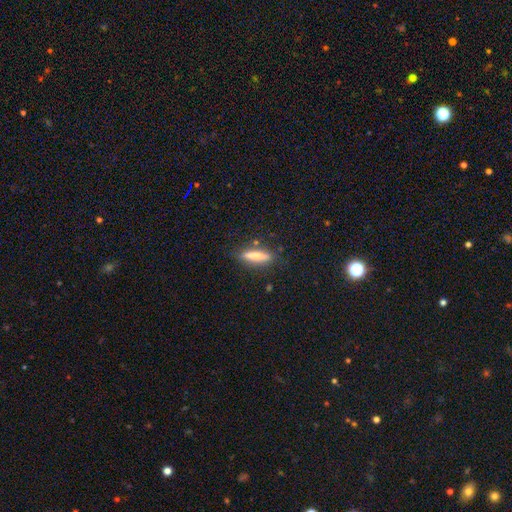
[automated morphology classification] A smooth galaxy with no disk features (74%) that is cigar-shaped (79%).

Vote fractions:
- Smooth or featured? smooth: 74% / featured or disk: 18% / star or artifact: 7%
- How rounded? cigar-shaped: 79% / in between: 19% / round: 2%
- Merging? none: 82% / minor disturbance: 12% / major disturbance: 3% / merger: 2%